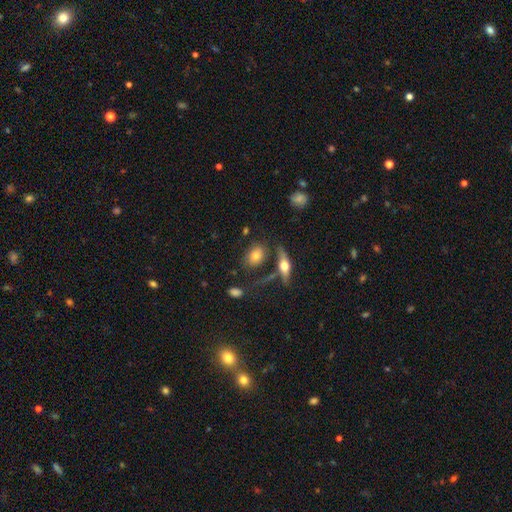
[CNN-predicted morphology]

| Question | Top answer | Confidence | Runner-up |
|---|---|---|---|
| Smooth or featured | smooth | 72% | featured or disk (19%) |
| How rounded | in between | 67% | round (29%) |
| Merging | none | 69% | minor disturbance (16%) |